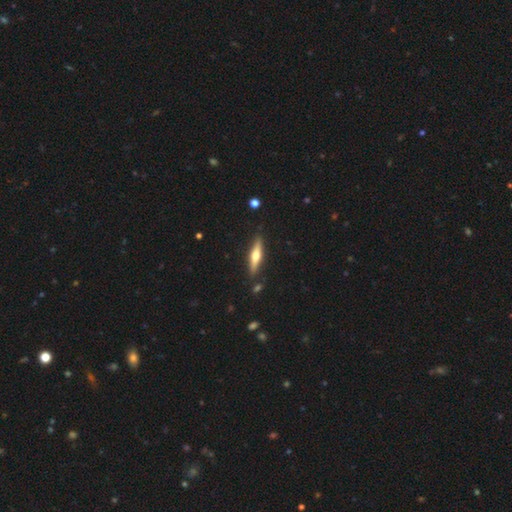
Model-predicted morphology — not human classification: Overall: featured or disk (54%; smooth 40%). Edge-on disk: yes (94%). Edge-on bulge: rounded (92%). Merging: none (87%).